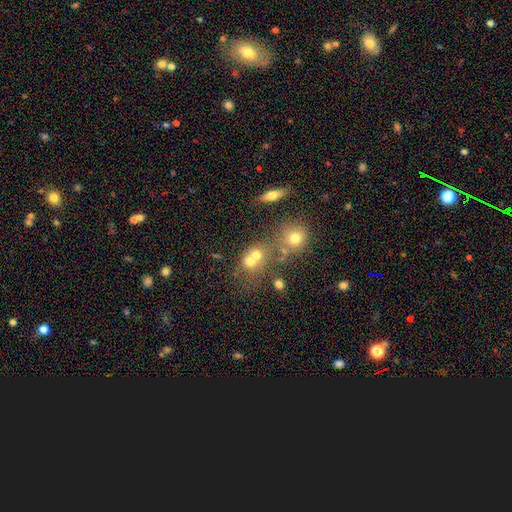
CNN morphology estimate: The model was most divided on "merging": merger: 52%, none: 35%, minor disturbance: 8%, major disturbance: 5%. More confident: how rounded — round (72%); smooth or featured — smooth (62%).